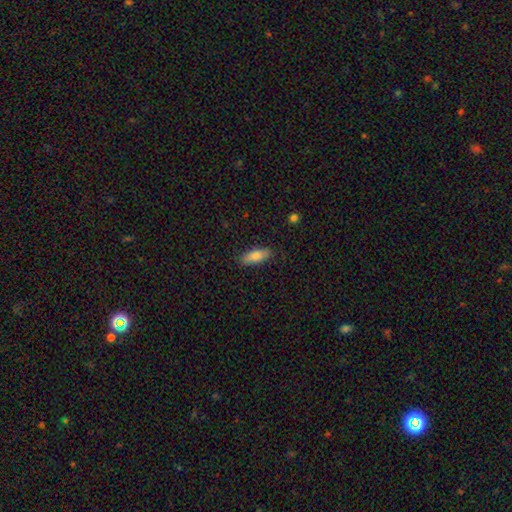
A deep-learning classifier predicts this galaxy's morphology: Overall: smooth (80%). How rounded: in between (65%; cigar-shaped 33%). Merging: none (85%).